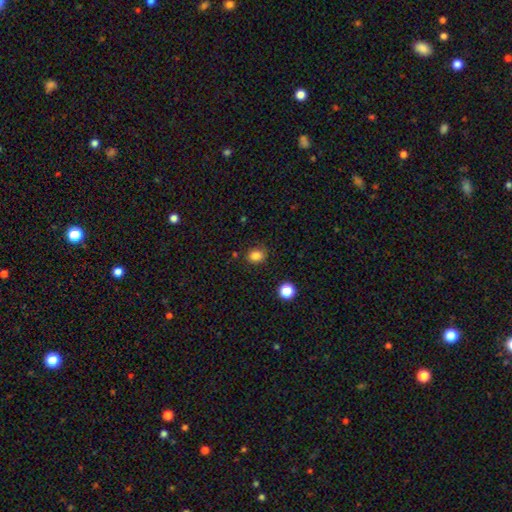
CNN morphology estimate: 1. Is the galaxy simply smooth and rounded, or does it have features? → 84% smooth, 12% star or artifact, 4% featured or disk.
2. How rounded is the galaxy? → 59% round, 40% in between, 1% cigar-shaped.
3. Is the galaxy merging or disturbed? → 82% none, 13% minor disturbance, 3% major disturbance, 2% merger.